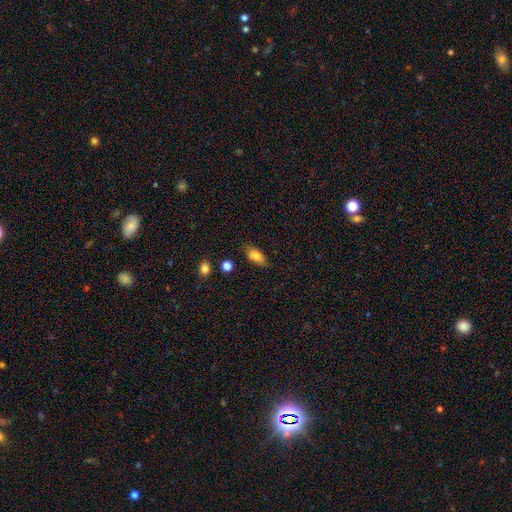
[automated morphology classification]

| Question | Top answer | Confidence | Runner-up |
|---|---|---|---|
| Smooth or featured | smooth | 79% | featured or disk (12%) |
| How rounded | in between | 83% | cigar-shaped (12%) |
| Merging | none | 75% | minor disturbance (18%) |